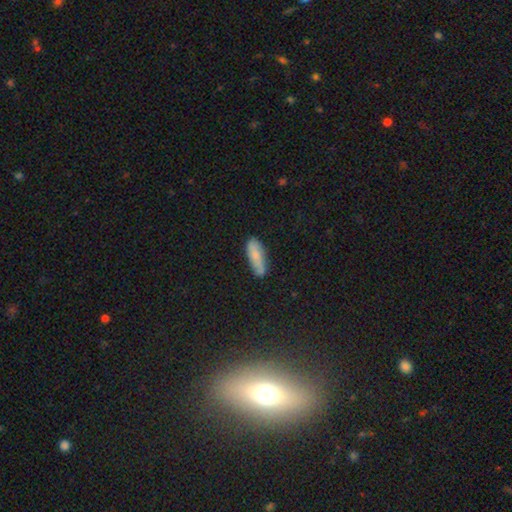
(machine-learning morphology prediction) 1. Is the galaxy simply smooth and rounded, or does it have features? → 76% smooth, 17% featured or disk, 7% star or artifact.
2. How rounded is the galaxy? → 54% in between, 43% cigar-shaped, 2% round.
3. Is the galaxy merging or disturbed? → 71% none, 22% minor disturbance, 4% major disturbance, 3% merger.